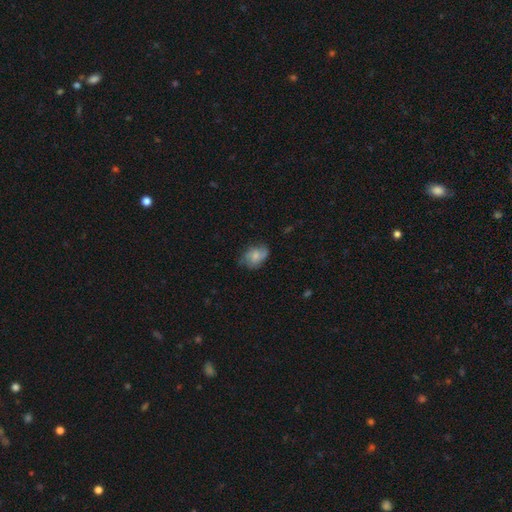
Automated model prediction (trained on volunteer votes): This is possibly a smooth galaxy (58%). How rounded: likely in between (72%). Merging: likely none (61%).